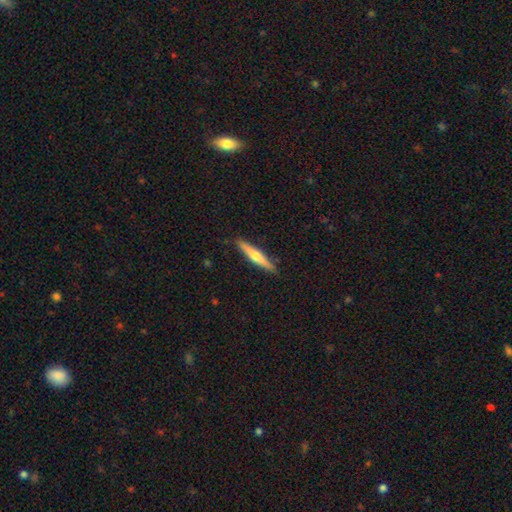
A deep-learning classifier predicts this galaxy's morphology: smooth_or_featured: featured or disk (p=0.52) [alt: smooth p=0.42]
disk_edge_on: yes (p=0.96) [alt: no p=0.04]
edge_on_bulge: rounded (p=0.84) [alt: none p=0.11]
merging: none (p=0.89) [alt: minor disturbance p=0.08]